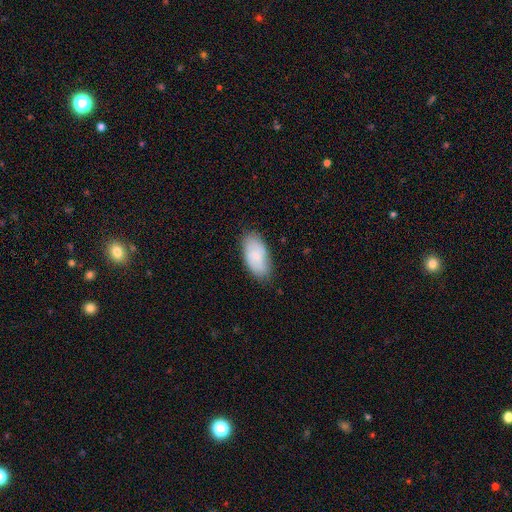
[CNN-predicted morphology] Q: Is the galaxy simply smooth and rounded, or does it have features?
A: smooth — 64%.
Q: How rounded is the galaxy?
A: in between — 93%.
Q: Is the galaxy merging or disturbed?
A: none — 79%.